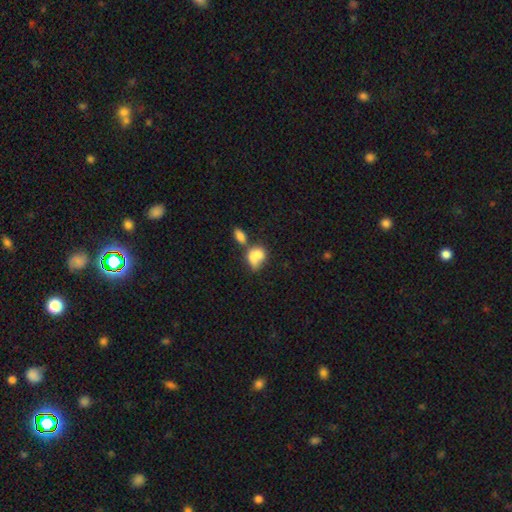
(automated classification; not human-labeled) Morphology: type=smooth (72%); roundness=in between (67%); merging=merger (55%).